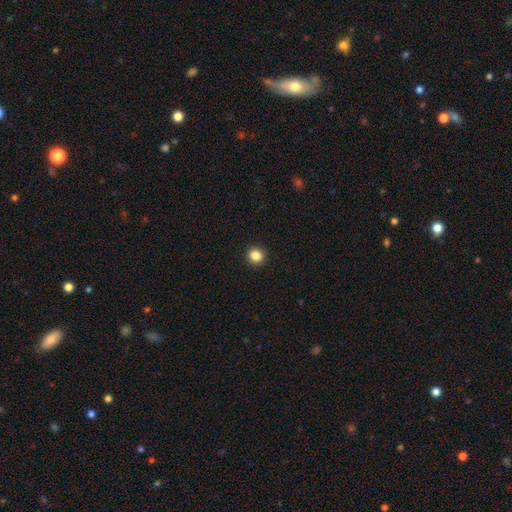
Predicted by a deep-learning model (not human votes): This is clearly a smooth galaxy (86%). How rounded: clearly round (92%). Merging: clearly none (94%).